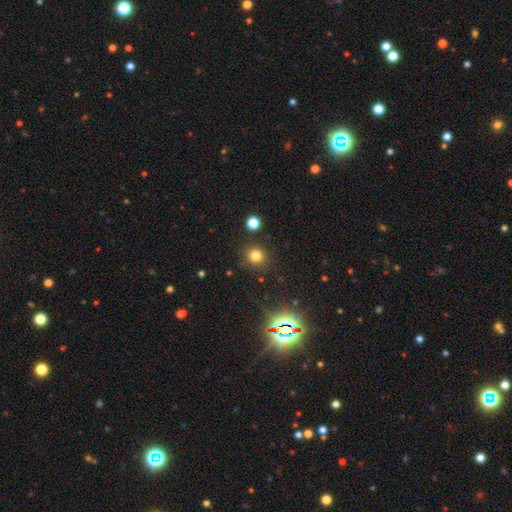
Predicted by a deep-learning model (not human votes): Smooth or featured?
  - smooth: 76% *
  - star or artifact: 18%
  - featured or disk: 6%
How rounded?
  - round: 87% *
  - in between: 12%
  - cigar-shaped: 1%
Merging?
  - none: 85% *
  - minor disturbance: 8%
  - merger: 4%
  - major disturbance: 3%